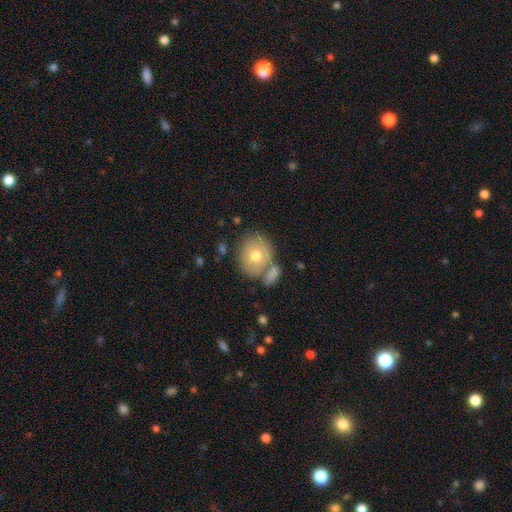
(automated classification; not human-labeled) smooth 71%, featured or disk 21%, star or artifact 8%. Down the decision tree: how rounded — round (76%); merging — none (63%).